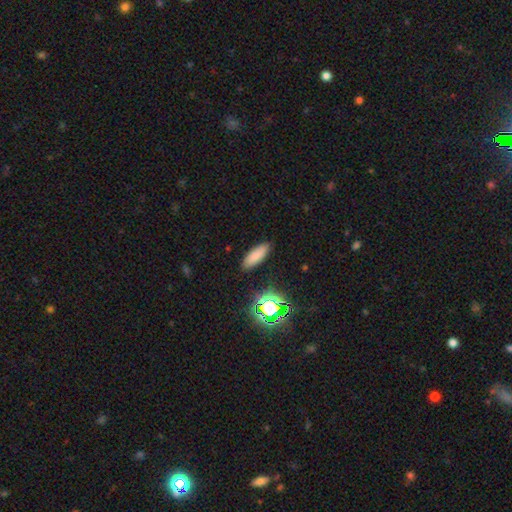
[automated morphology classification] A smooth galaxy with no disk features (79%) that is in between round and cigar-shaped (57%). Merging: none (88%).